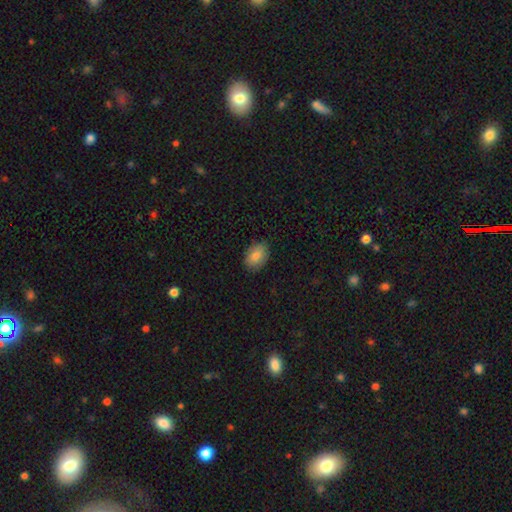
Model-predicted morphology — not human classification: type=smooth (84%); roundness=in between (82%); merging=none (87%).